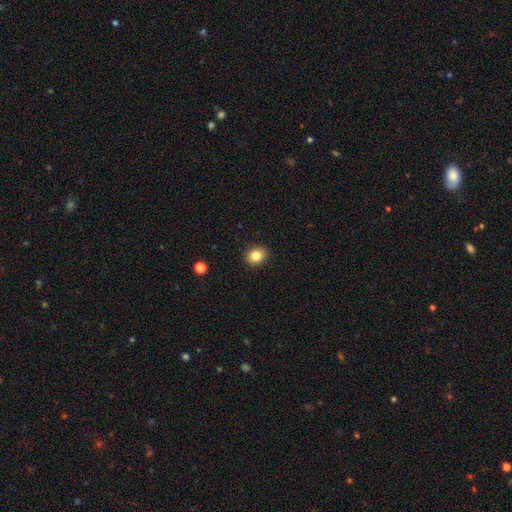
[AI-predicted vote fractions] This is clearly a smooth galaxy (84%). How rounded: possibly round (59%). Merging: clearly none (90%).